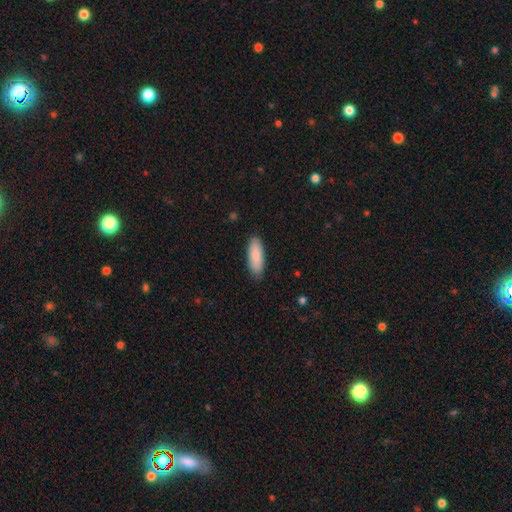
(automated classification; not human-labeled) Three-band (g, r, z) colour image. It shows a smooth galaxy with no disk features (88%) that is in between round and cigar-shaped (61%). Merging: none (88%).